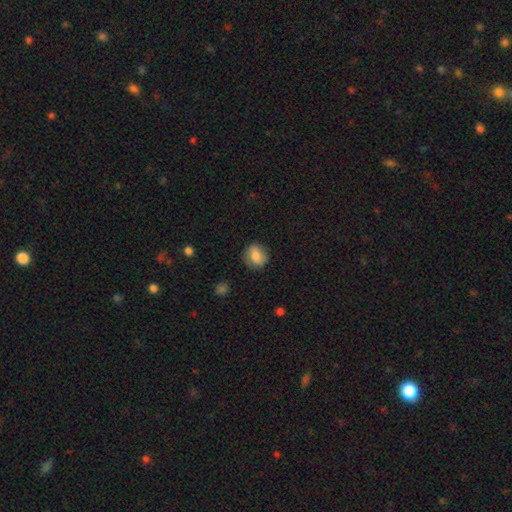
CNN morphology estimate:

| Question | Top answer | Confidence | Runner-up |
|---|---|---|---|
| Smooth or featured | smooth | 77% | featured or disk (15%) |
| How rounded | round | 63% | in between (36%) |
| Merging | none | 76% | minor disturbance (17%) |